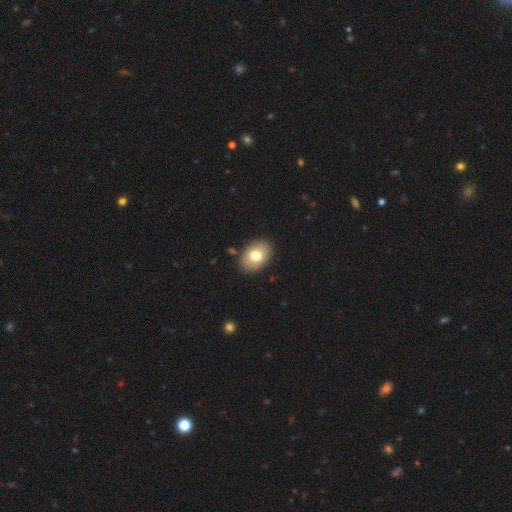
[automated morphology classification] This is likely a smooth galaxy (76%). How rounded: clearly in between (83%). Merging: clearly none (87%).